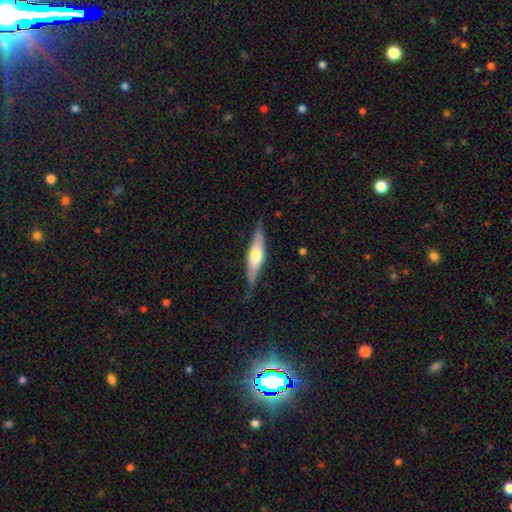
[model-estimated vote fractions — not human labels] A featured or disk galaxy (57%) viewed edge-on (93%) with a rounded central bulge (86%). Merging: none (79%).